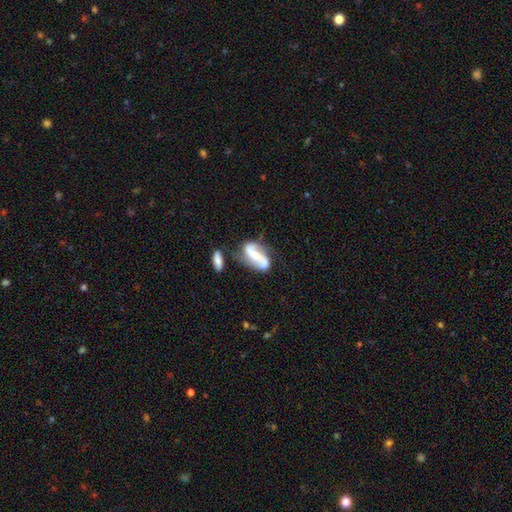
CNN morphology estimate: smooth-or-featured: featured or disk: 72% | smooth: 21% | star or artifact: 6%
  disk-edge-on: no: 94% | yes: 6%
    bar: no: 35% (tied) | strong: 35% (tied) | weak: 30%
    has-spiral-arms: yes: 91% | no: 9%
      spiral-winding: loose: 58% | medium: 30% | tight: 12%
      spiral-arm-count: 2: 90% | can't tell: 4% | 1: 3% | 3: 1% | 4: 1% | more than 4: 1%
    bulge-size: small: 45% | moderate: 35% | none: 12% | large: 6% | dominant: 2%
  merging: none: 55% | minor disturbance: 20% | merger: 16% | major disturbance: 9%